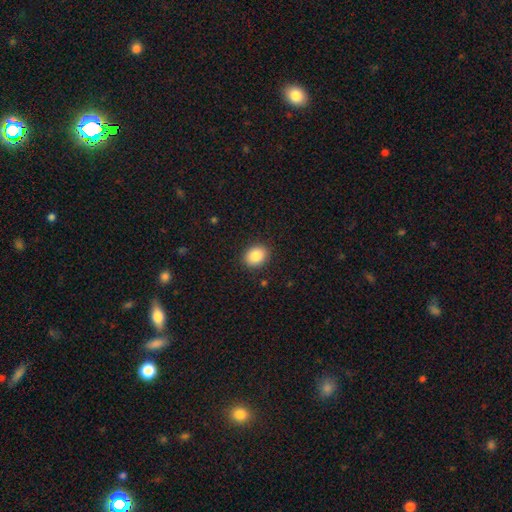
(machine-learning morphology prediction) type=smooth (86%); roundness=round (51%); merging=none (89%).